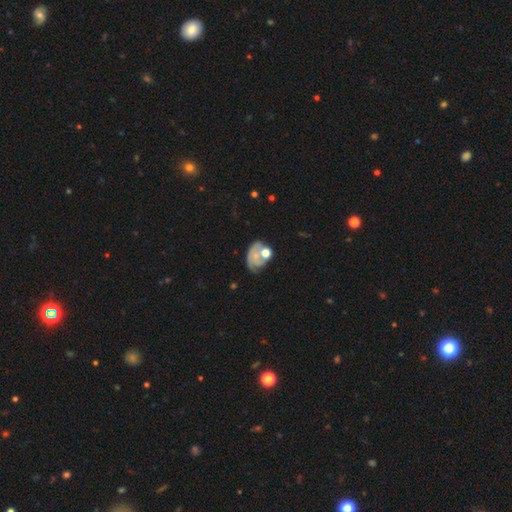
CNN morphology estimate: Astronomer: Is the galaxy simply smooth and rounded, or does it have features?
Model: smooth — 45% (runner-up: featured or disk, 43%).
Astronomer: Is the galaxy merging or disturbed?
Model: none — 39% (runner-up: minor disturbance, 25%).